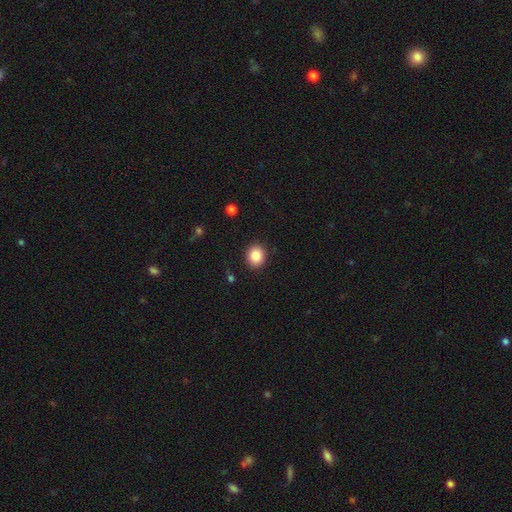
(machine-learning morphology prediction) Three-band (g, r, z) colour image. It shows a smooth galaxy with no disk features (86%) that is round (67%). Merging: none (90%).